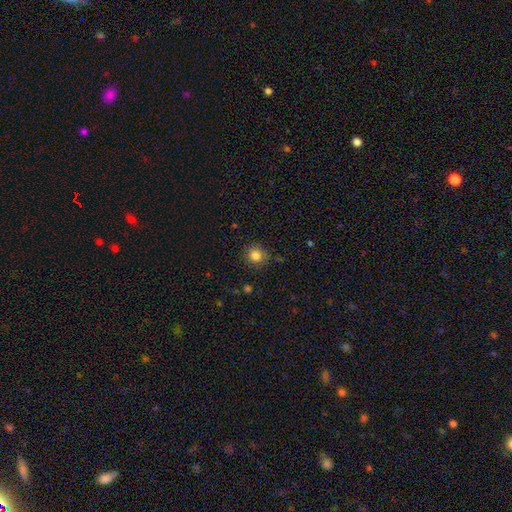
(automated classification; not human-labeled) A smooth galaxy with no disk features (83%) that is round (88%).

Vote fractions:
- Smooth or featured? smooth: 83% / star or artifact: 11% / featured or disk: 5%
- How rounded? round: 88% / in between: 11% / cigar-shaped: 1%
- Merging? none: 84% / minor disturbance: 11% / major disturbance: 3% / merger: 1%